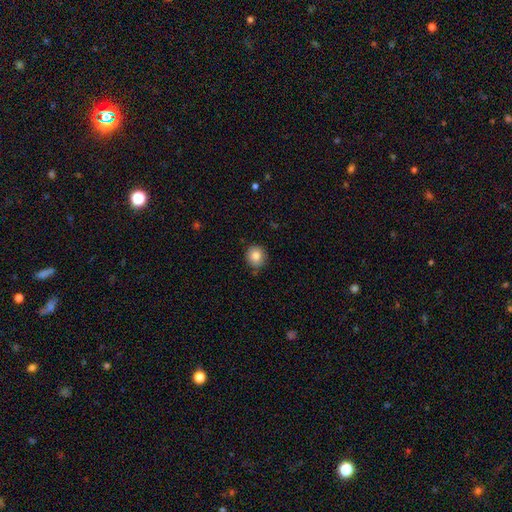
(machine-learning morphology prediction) This appears to be a smooth galaxy with no disk features (85%) that is round (88%). Merging: none (85%).